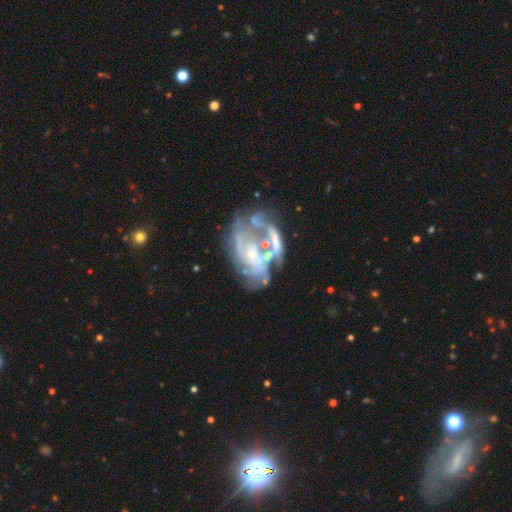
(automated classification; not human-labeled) The model was most divided on "merging": none: 31%, merger: 28%, major disturbance: 26%, minor disturbance: 16%. More confident: edge-on disk — no (97%); smooth or featured — featured or disk (77%); bar — no (63%); spiral arms — yes (60%); bulge size — small (53%).